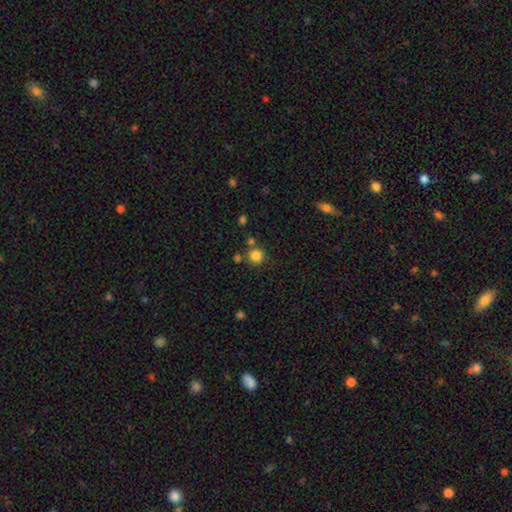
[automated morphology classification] Smooth or featured? smooth (83%)
How rounded? round (93%)
Merging? none (77%)